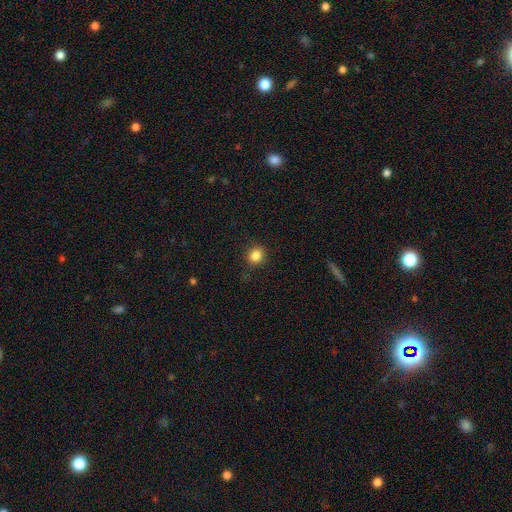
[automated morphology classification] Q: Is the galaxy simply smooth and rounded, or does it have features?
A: smooth — 85%.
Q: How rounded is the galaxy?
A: round — 80%.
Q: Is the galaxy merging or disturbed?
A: none — 88%.